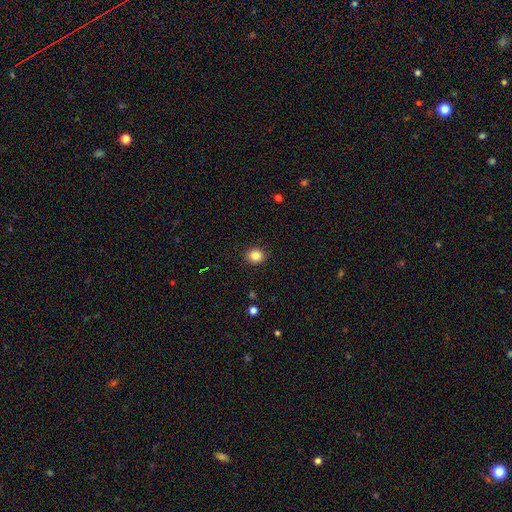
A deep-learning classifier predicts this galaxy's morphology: smooth-or-featured: smooth: 85% | star or artifact: 10% | featured or disk: 5%
  how-rounded: round: 77% | in between: 23% | cigar-shaped: 1%
  merging: none: 91% | minor disturbance: 6% | major disturbance: 2% | merger: 1%